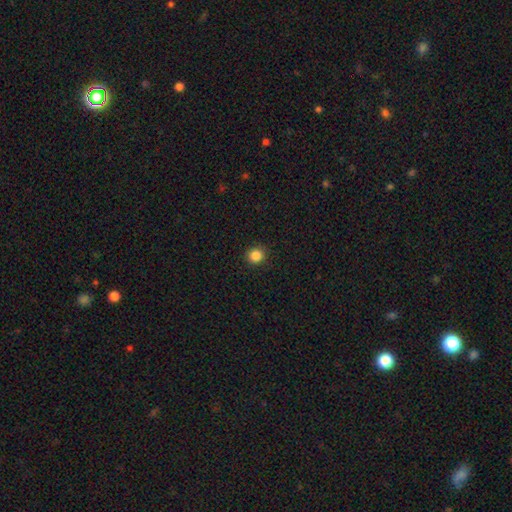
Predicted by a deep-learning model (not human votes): Q: Smooth or featured?
A: smooth (85%); runner-up: star or artifact (11%)
Q: How rounded?
A: round (89%); runner-up: in between (10%)
Q: Merging?
A: none (92%); runner-up: minor disturbance (6%)